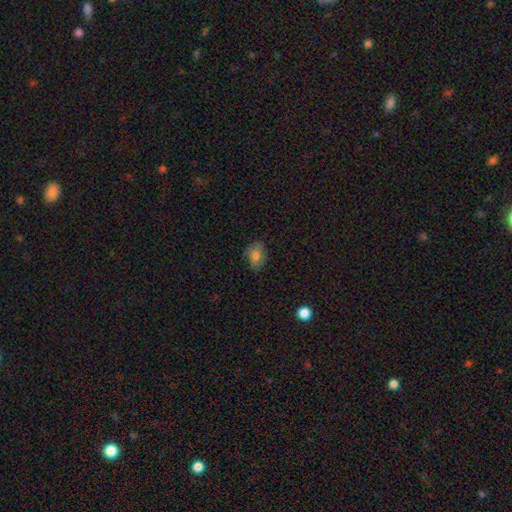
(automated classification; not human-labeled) Morphology: type=smooth (79%); roundness=in between (67%); merging=none (76%).